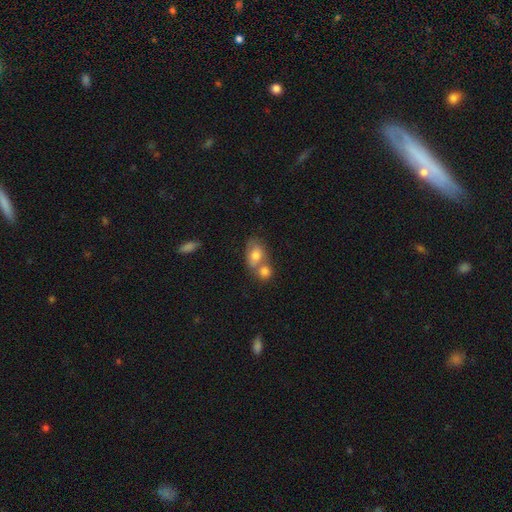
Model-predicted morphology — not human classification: A smooth galaxy with no disk features (73%) that is in between round and cigar-shaped (72%).

Vote fractions:
- Smooth or featured? smooth: 73% / featured or disk: 19% / star or artifact: 8%
- How rounded? in between: 72% / round: 26% / cigar-shaped: 2%
- Merging? merger: 55% / none: 30% / minor disturbance: 10% / major disturbance: 5%